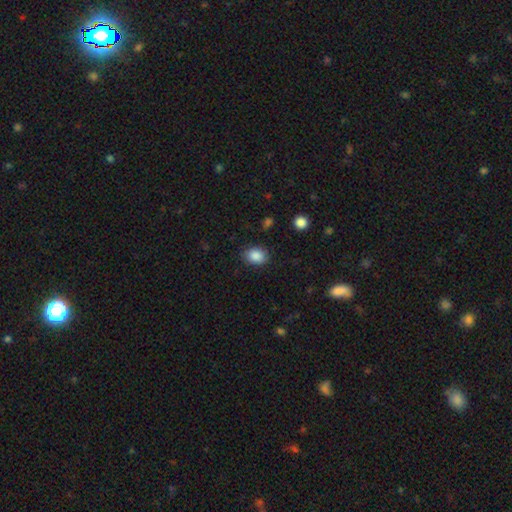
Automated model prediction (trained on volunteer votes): The model was most divided on "how rounded": in between: 64%, round: 35%, cigar-shaped: 1%. More confident: smooth or featured — smooth (88%); merging — none (85%).